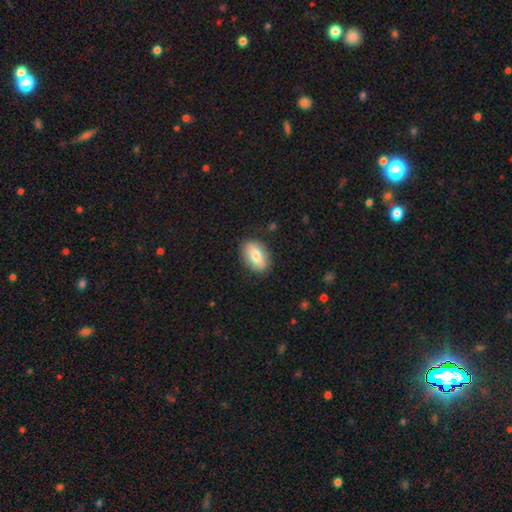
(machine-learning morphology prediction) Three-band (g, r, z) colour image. It shows a smooth galaxy with no disk features (77%) that is in between round and cigar-shaped (89%). Merging: none (84%).